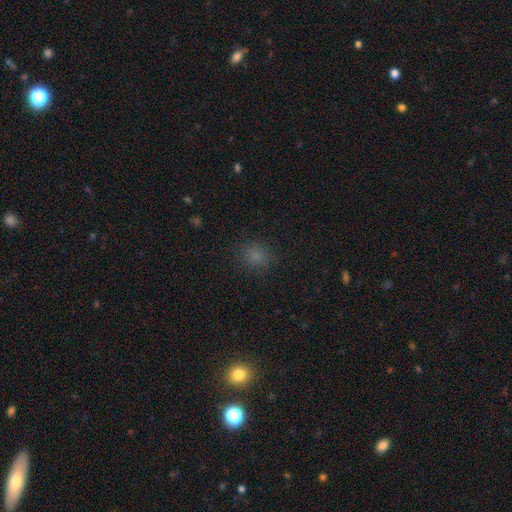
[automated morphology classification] smooth 79%, star or artifact 17%, featured or disk 4%. Down the decision tree: how rounded — round (77%); merging — none (86%).